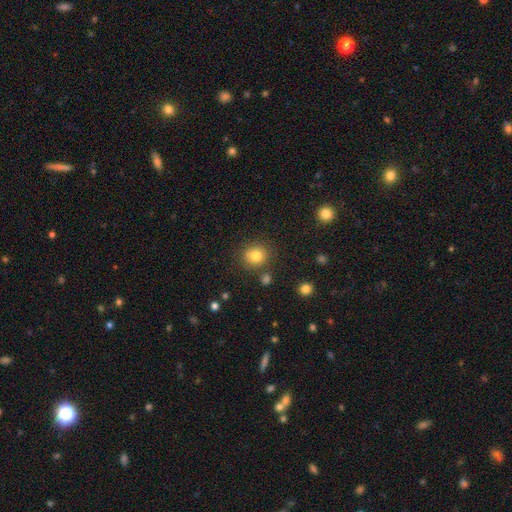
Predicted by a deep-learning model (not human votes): A smooth galaxy with no disk features (81%) that is round (86%). Merging: none (80%).